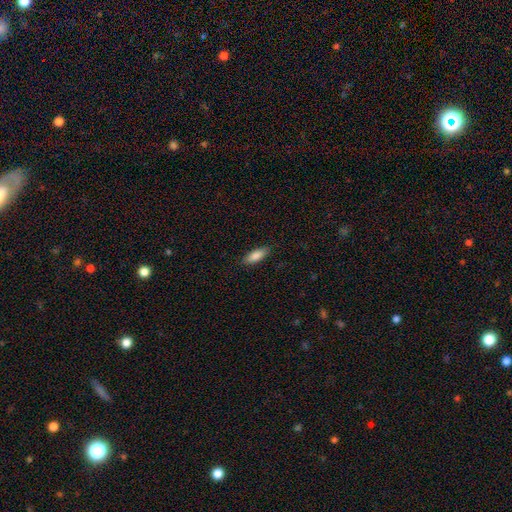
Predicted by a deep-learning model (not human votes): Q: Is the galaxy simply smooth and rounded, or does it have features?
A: smooth — 87%.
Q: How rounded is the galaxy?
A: in between — 69%.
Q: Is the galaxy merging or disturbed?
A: none — 87%.